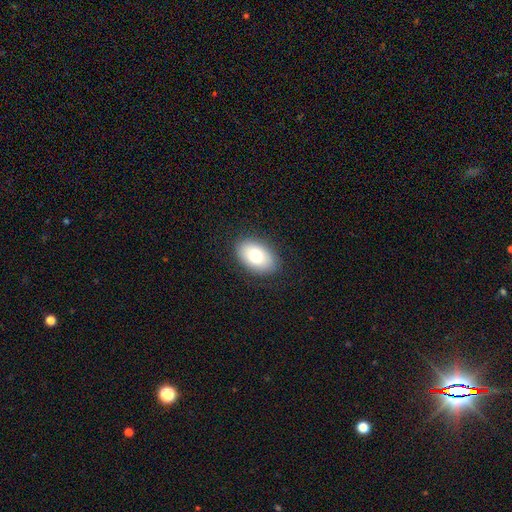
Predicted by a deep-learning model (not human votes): smooth 75%, featured or disk 17%, star or artifact 8%. Down the decision tree: how rounded — in between (88%); merging — none (87%).